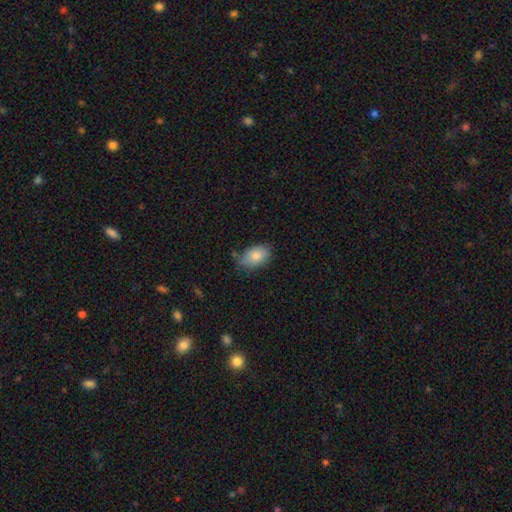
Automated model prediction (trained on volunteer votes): Q: Smooth or featured?
A: smooth (82%); runner-up: featured or disk (11%)
Q: How rounded?
A: in between (90%); runner-up: round (8%)
Q: Merging?
A: none (73%); runner-up: minor disturbance (21%)